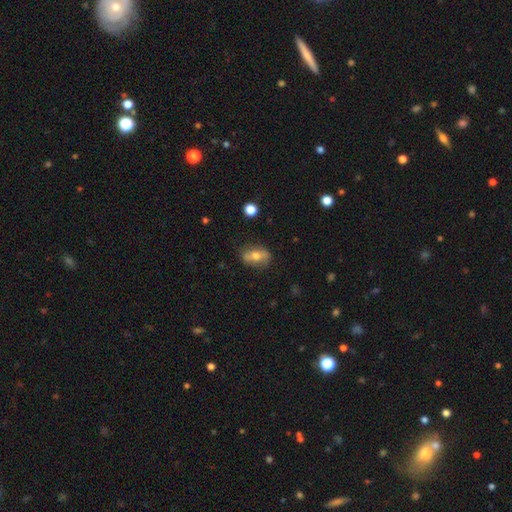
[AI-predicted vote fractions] smooth_or_featured: smooth (p=0.55) [alt: featured or disk p=0.37]
how_rounded: in between (p=0.78) [alt: round p=0.14]
merging: none (p=0.79) [alt: minor disturbance p=0.15]